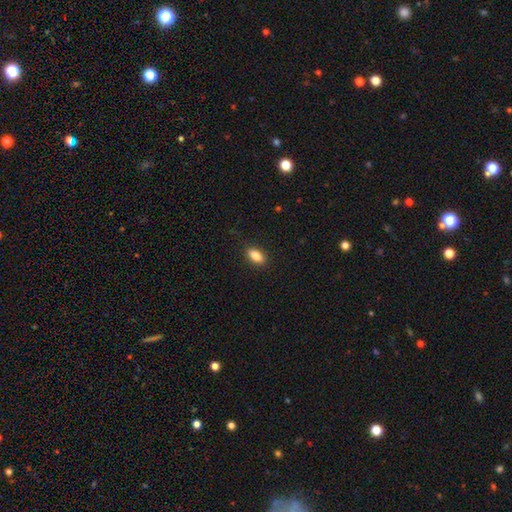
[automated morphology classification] Smooth or featured: smooth — 85% (star or artifact — 8%)
How rounded: in between — 88% (cigar-shaped — 7%)
Merging: none — 88% (minor disturbance — 9%)